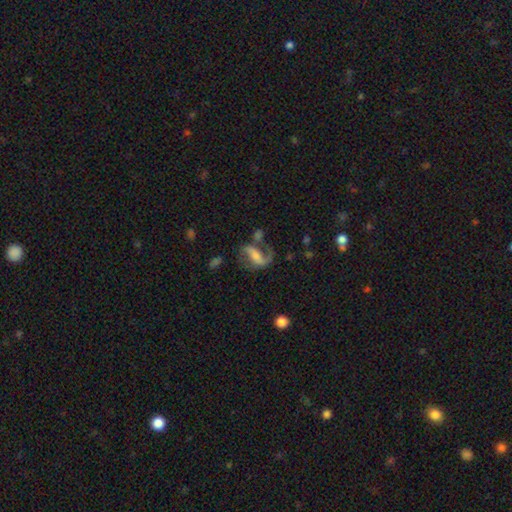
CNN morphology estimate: Overall: featured or disk (72%). Edge-on disk: no (95%). Bar: strong (46%; weak 33%). Spiral arms: yes (87%). Spiral arm count: 2 (76%). Spiral winding: loose (50%; medium 38%). Bulge size: small (33%; moderate 32%). Merging: none (47%; major disturbance 25%).